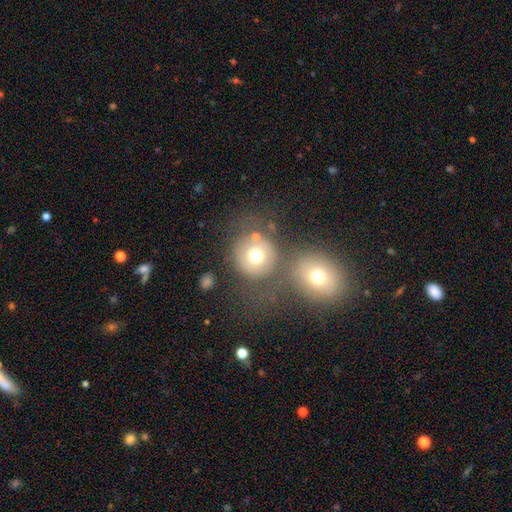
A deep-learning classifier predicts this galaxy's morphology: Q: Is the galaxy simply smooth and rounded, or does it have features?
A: smooth — 69%.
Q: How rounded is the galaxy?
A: round — 87%.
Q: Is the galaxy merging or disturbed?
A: none — 55%.